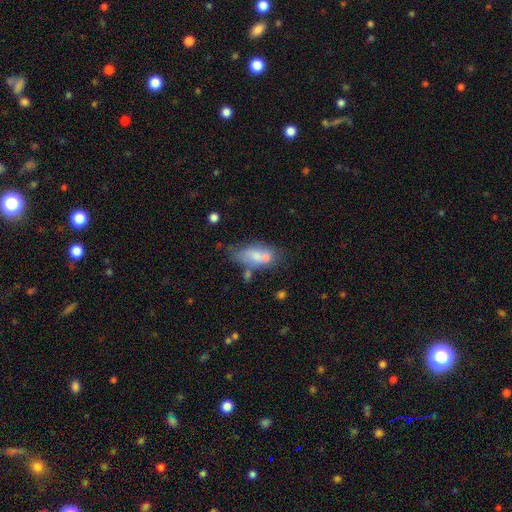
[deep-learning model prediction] Smooth or featured? smooth (65%)
How rounded? in between (81%)
Merging? none (38%)